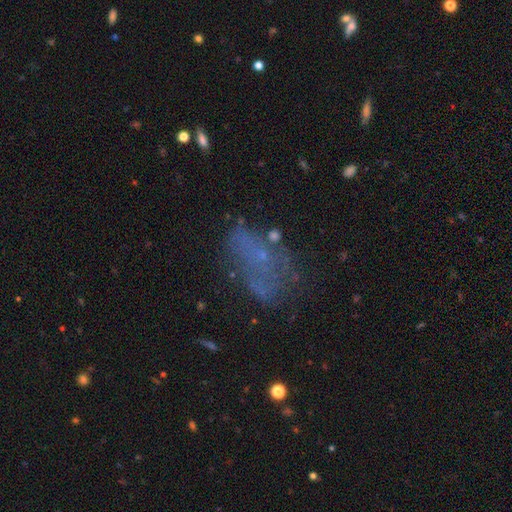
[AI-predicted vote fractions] Smooth or featured?
  - featured or disk: 37% *
  - smooth: 34%
  - star or artifact: 29%
Merging?
  - none: 50% *
  - major disturbance: 23%
  - minor disturbance: 20%
  - merger: 7%